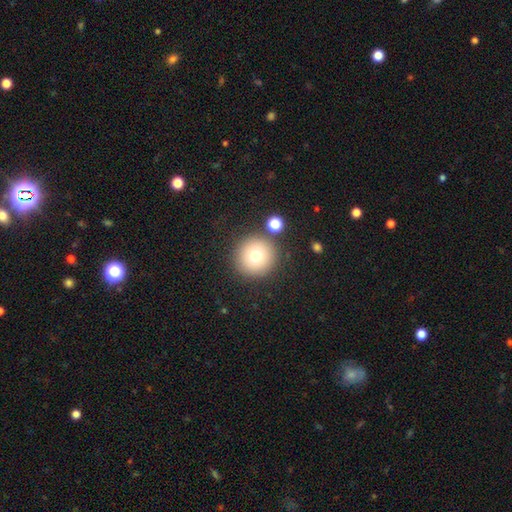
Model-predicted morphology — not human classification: smooth_or_featured: smooth (p=0.74) [alt: star or artifact p=0.13]
how_rounded: round (p=0.95) [alt: in between p=0.04]
merging: none (p=0.84) [alt: minor disturbance p=0.07]